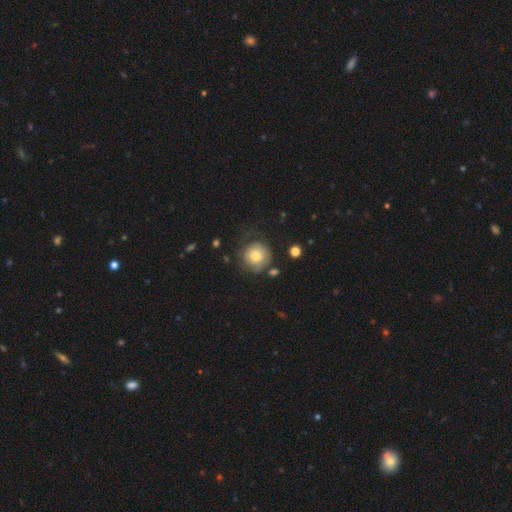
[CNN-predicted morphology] Smooth or featured?
  - smooth: 66% *
  - featured or disk: 26%
  - star or artifact: 8%
How rounded?
  - round: 93% *
  - in between: 6%
  - cigar-shaped: 1%
Merging?
  - none: 62% *
  - minor disturbance: 21%
  - major disturbance: 14%
  - merger: 4%